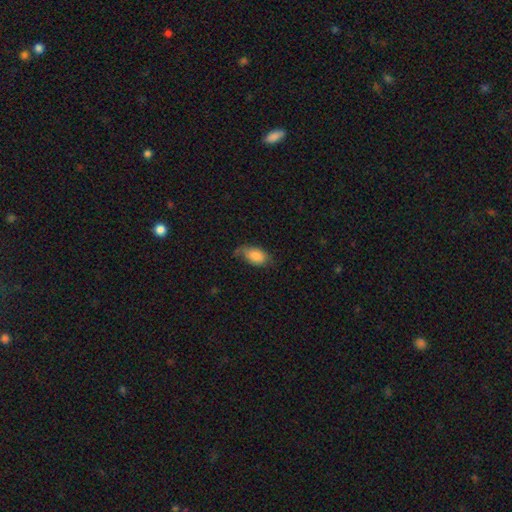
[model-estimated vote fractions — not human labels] A smooth galaxy with no disk features (80%) that is in between round and cigar-shaped (91%). Merging: none (49%).